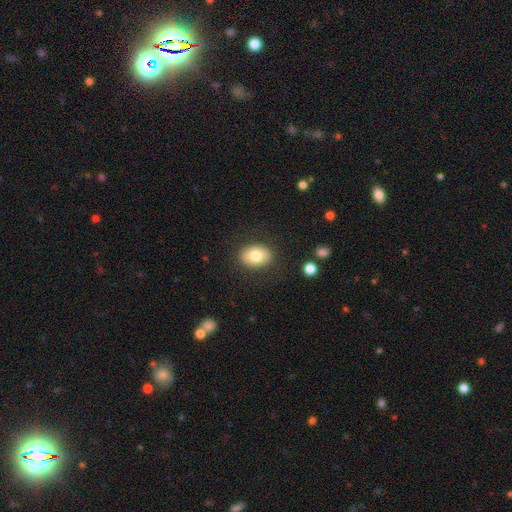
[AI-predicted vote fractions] Q: Smooth or featured?
A: smooth (76%); runner-up: featured or disk (16%)
Q: How rounded?
A: in between (72%); runner-up: round (27%)
Q: Merging?
A: none (85%); runner-up: minor disturbance (10%)